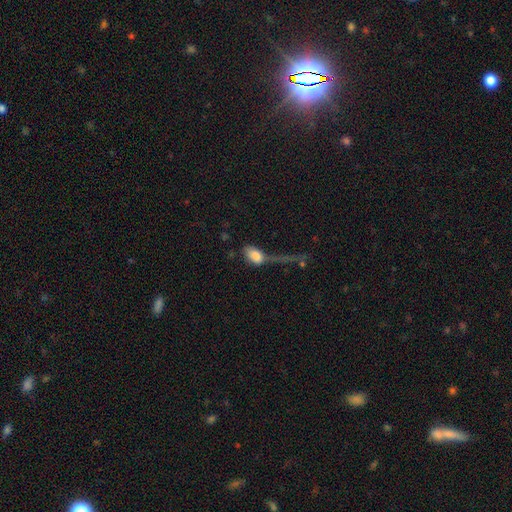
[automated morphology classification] Q: Smooth or featured?
A: smooth (77%); runner-up: featured or disk (14%)
Q: How rounded?
A: in between (87%); runner-up: round (8%)
Q: Merging?
A: major disturbance (45%); runner-up: none (22%)